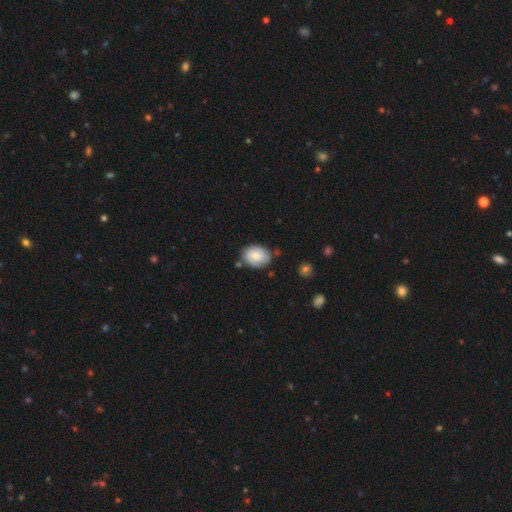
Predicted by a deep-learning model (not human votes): smooth_or_featured: smooth (p=0.71) [alt: featured or disk p=0.22]
how_rounded: in between (p=0.61) [alt: round p=0.38]
merging: none (p=0.71) [alt: minor disturbance p=0.20]